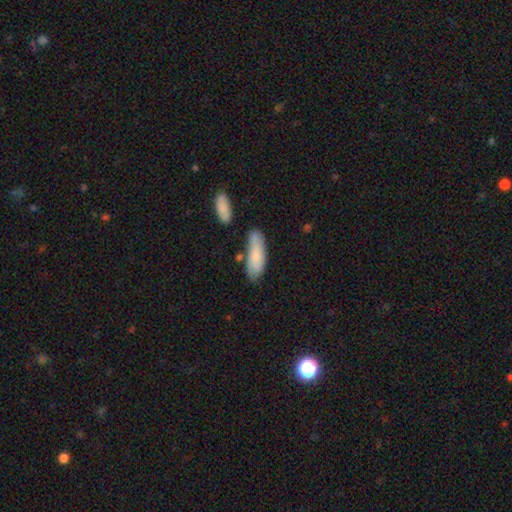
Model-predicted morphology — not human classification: A smooth galaxy with no disk features (78%) that is in between round and cigar-shaped (64%). Merging: none (59%).